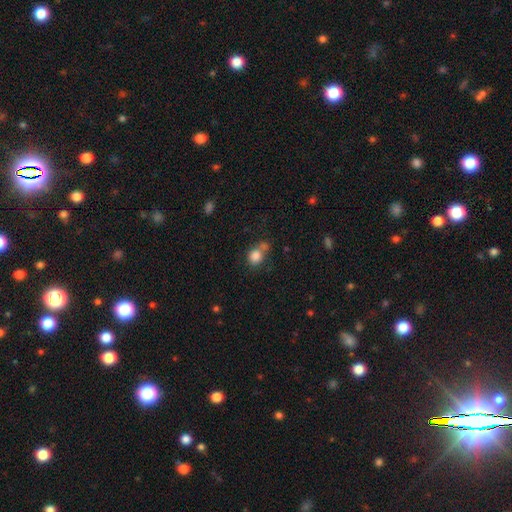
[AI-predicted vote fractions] This is clearly a smooth galaxy (83%). How rounded: likely round (70%). Merging: possibly none (48%).